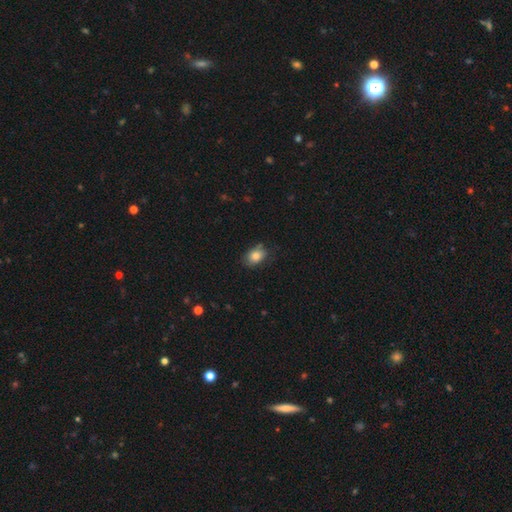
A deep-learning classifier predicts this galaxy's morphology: A smooth galaxy with no disk features (83%) that is in between round and cigar-shaped (80%).

Vote fractions:
- Smooth or featured? smooth: 83% / featured or disk: 9% / star or artifact: 8%
- How rounded? in between: 80% / round: 19% / cigar-shaped: 1%
- Merging? none: 69% / minor disturbance: 23% / major disturbance: 5% / merger: 2%